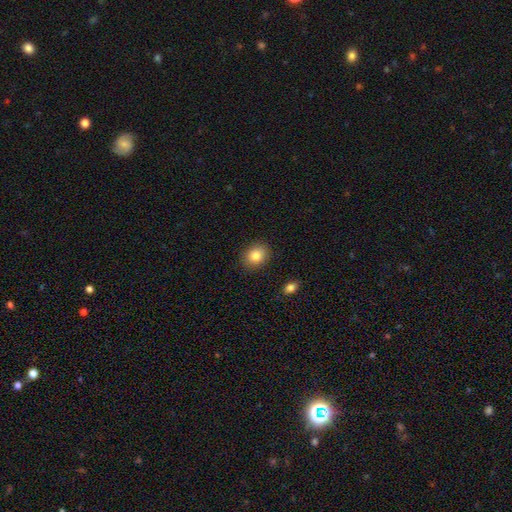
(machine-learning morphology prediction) smooth-or-featured: smooth: 85% | star or artifact: 9% | featured or disk: 6%
  how-rounded: round: 53% | in between: 46% | cigar-shaped: 1%
  merging: none: 89% | minor disturbance: 8% | major disturbance: 2% | merger: 1%